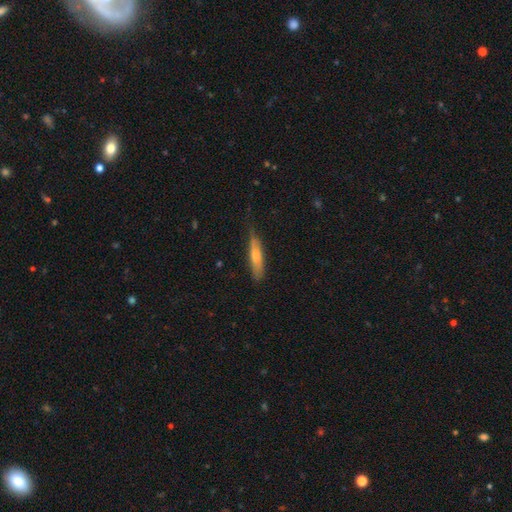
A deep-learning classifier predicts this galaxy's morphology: smooth_or_featured: smooth (p=0.69) [alt: featured or disk p=0.26]
how_rounded: cigar-shaped (p=0.79) [alt: in between p=0.19]
merging: none (p=0.71) [alt: minor disturbance p=0.23]